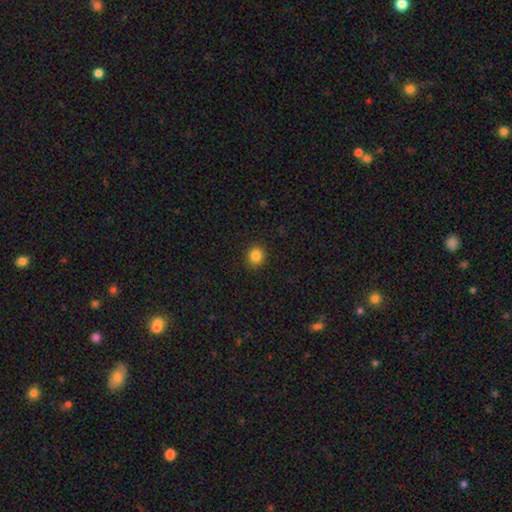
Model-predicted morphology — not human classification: A smooth galaxy with no disk features (85%) that is round (82%). Merging: none (91%).